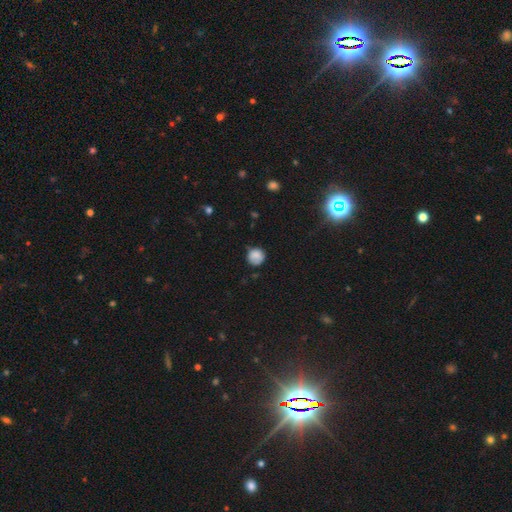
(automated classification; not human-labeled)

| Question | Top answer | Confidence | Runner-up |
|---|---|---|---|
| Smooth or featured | smooth | 82% | star or artifact (9%) |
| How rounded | round | 88% | in between (11%) |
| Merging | none | 66% | minor disturbance (26%) |